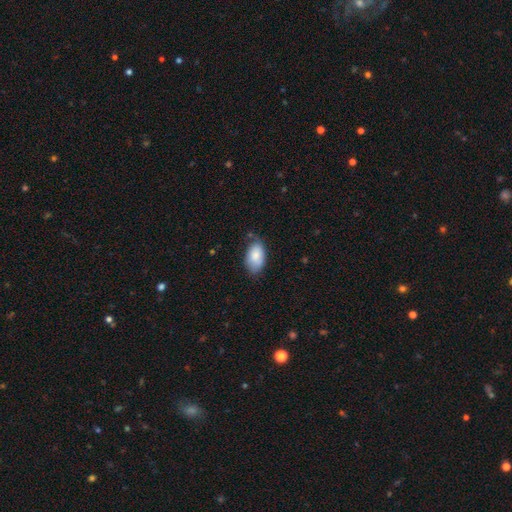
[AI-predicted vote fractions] Smooth or featured? smooth (83%)
How rounded? in between (94%)
Merging? none (65%)